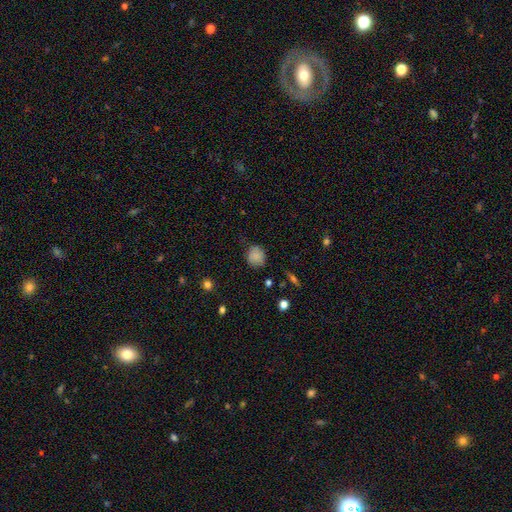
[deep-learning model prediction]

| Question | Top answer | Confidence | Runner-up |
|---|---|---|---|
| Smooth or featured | smooth | 83% | star or artifact (10%) |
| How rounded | round | 79% | in between (20%) |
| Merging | none | 74% | minor disturbance (20%) |